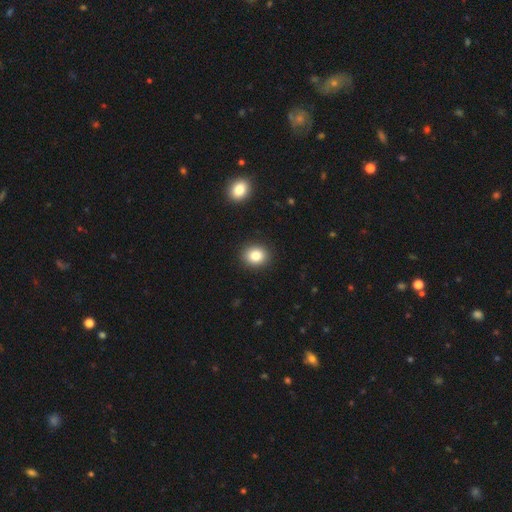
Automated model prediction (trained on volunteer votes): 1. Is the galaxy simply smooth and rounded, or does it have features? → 83% smooth, 10% star or artifact, 6% featured or disk.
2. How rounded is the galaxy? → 66% round, 33% in between, 1% cigar-shaped.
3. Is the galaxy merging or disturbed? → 91% none, 6% minor disturbance, 2% major disturbance, 1% merger.